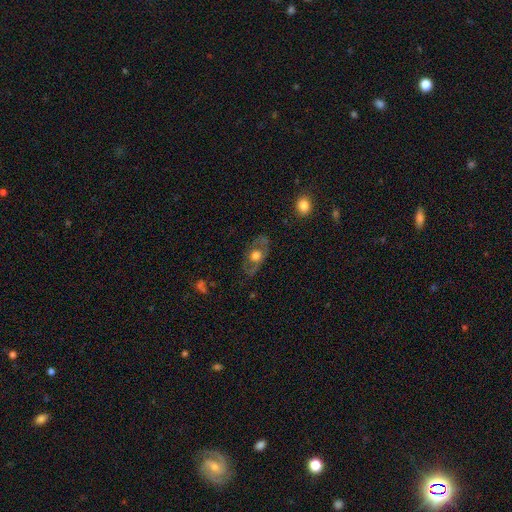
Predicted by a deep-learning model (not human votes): Smooth or featured? featured or disk (55%)
Edge-on disk? no (84%)
Merging? none (75%)